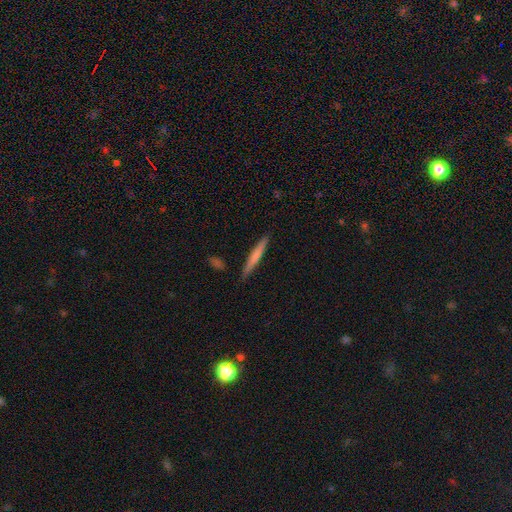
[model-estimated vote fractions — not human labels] Smooth or featured? Predicted: smooth (p=0.63). How rounded? Predicted: cigar-shaped (p=0.96). Merging? Predicted: none (p=0.89).